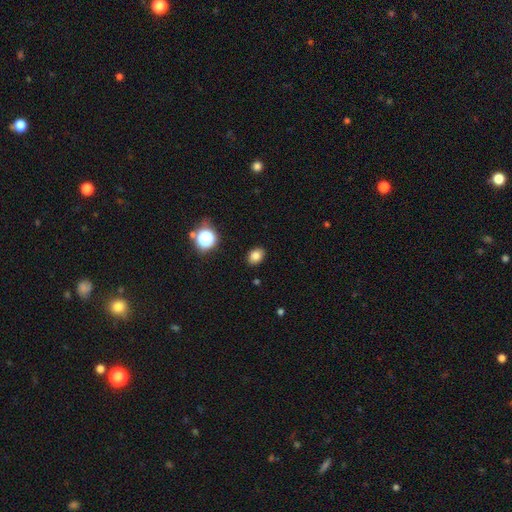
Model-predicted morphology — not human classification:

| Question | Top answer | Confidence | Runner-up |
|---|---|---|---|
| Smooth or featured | smooth | 81% | star or artifact (13%) |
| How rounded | in between | 66% | round (33%) |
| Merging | none | 88% | minor disturbance (8%) |